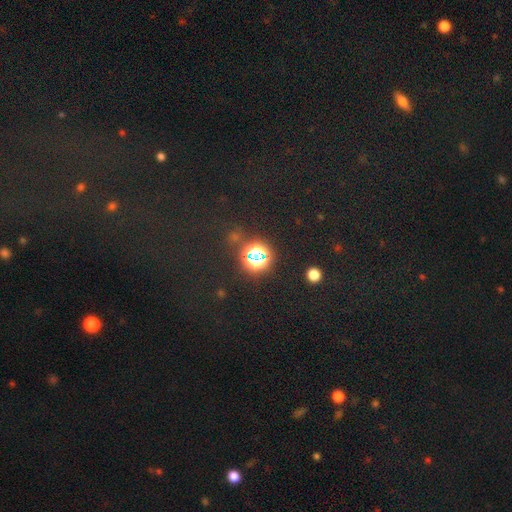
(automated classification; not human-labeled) This is likely a star or artifact rather than a galaxy (66%).